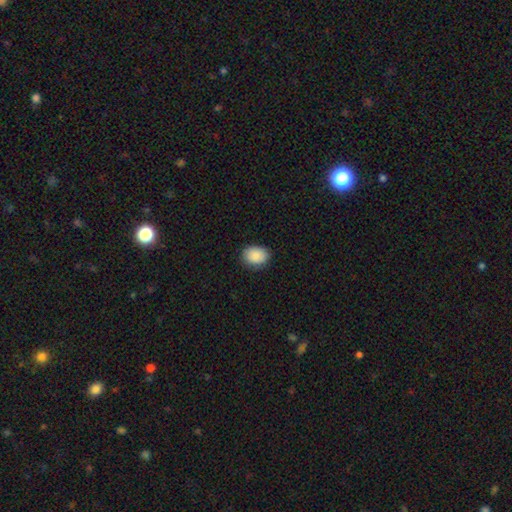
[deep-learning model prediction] Smooth or featured?
  - smooth: 89% *
  - star or artifact: 7%
  - featured or disk: 4%
How rounded?
  - in between: 66% *
  - round: 33%
  - cigar-shaped: 1%
Merging?
  - none: 86% *
  - minor disturbance: 11%
  - major disturbance: 2%
  - merger: 1%